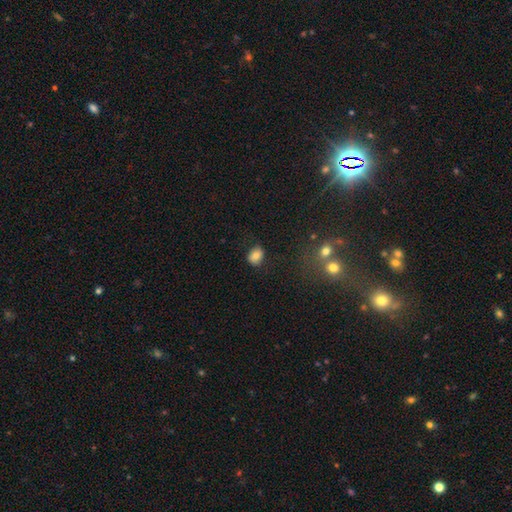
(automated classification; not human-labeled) Smooth or featured?
  - smooth: 78% *
  - featured or disk: 12%
  - star or artifact: 10%
How rounded?
  - in between: 54% *
  - round: 44%
  - cigar-shaped: 1%
Merging?
  - none: 82% *
  - minor disturbance: 13%
  - major disturbance: 3%
  - merger: 2%